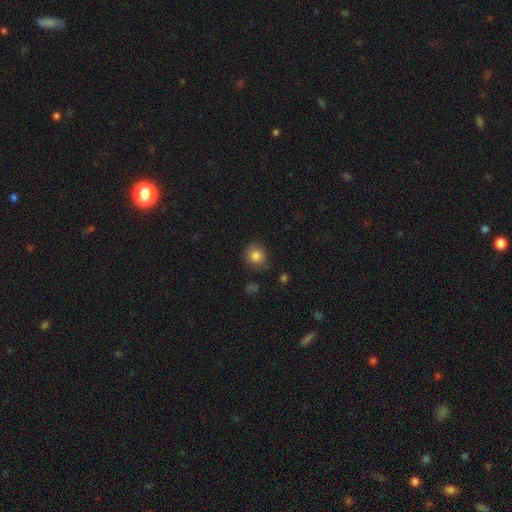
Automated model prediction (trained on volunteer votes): The model was most divided on "merging": none: 83%, minor disturbance: 12%, major disturbance: 3%, merger: 2%. More confident: how rounded — round (87%); smooth or featured — smooth (84%).